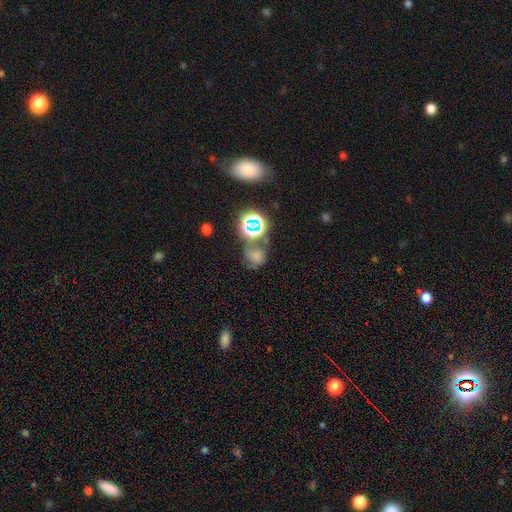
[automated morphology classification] Smooth or featured? smooth (55%)
How rounded? round (73%)
Merging? none (43%)